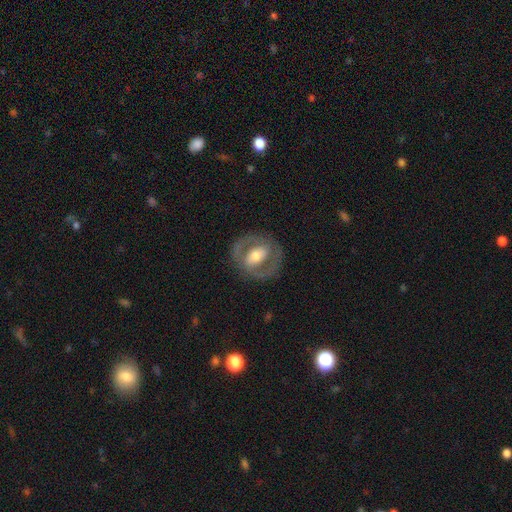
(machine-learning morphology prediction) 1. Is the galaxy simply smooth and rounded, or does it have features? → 67% featured or disk, 27% smooth, 6% star or artifact.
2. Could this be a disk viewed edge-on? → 95% no, 5% yes.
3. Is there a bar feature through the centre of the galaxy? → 34% weak, 33% no, 33% strong.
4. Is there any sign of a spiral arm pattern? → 51% no, 49% yes.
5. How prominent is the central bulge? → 61% moderate, 19% small, 16% large, 2% dominant, 2% none.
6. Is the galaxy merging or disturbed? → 79% none, 12% minor disturbance, 8% major disturbance, 1% merger.